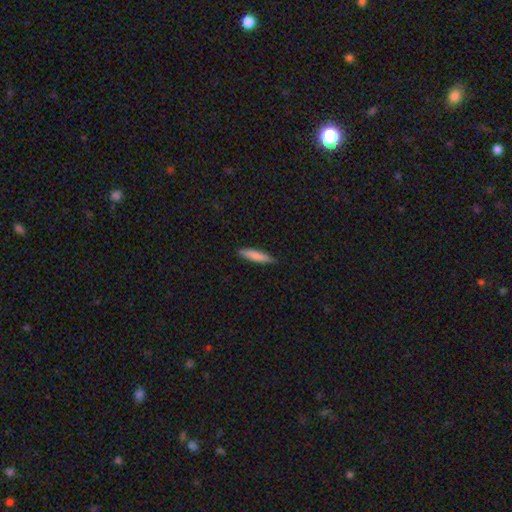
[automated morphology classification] Smooth or featured? smooth (83%)
How rounded? cigar-shaped (85%)
Merging? none (87%)